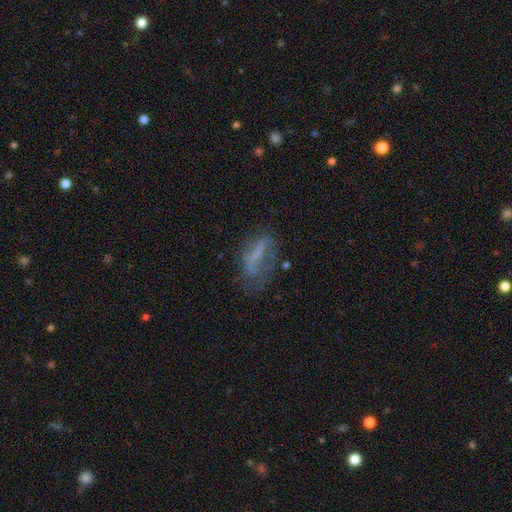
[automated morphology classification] A smooth galaxy with no disk features (46%). Merging: none (40%).